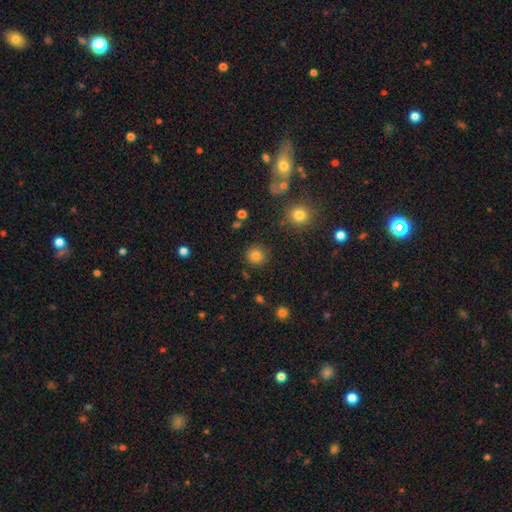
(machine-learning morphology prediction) A smooth galaxy with no disk features (81%) that is round (94%).

Vote fractions:
- Smooth or featured? smooth: 81% / star or artifact: 13% / featured or disk: 6%
- How rounded? round: 94% / in between: 5% / cigar-shaped: 1%
- Merging? none: 89% / minor disturbance: 6% / major disturbance: 3% / merger: 2%